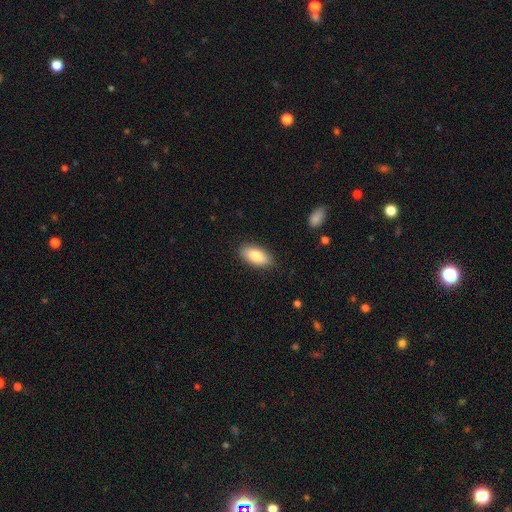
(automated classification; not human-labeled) This appears to be a smooth galaxy with no disk features (84%) that is in between round and cigar-shaped (90%). Merging: none (87%).